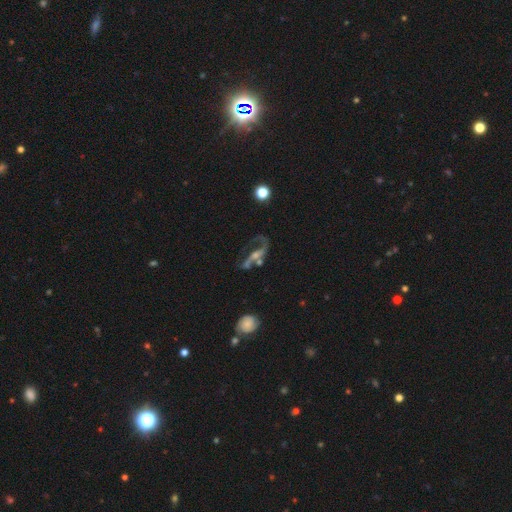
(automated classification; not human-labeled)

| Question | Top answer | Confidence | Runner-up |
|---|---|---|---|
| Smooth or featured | featured or disk | 77% | smooth (12%) |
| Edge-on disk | no | 86% | yes (14%) |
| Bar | no | 41% | weak (34%) |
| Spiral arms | yes | 83% | no (17%) |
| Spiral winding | loose | 68% | medium (24%) |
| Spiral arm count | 2 | 70% | 1 (20%) |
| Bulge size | small | 45% | moderate (36%) |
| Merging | none | 36% | major disturbance (30%) |